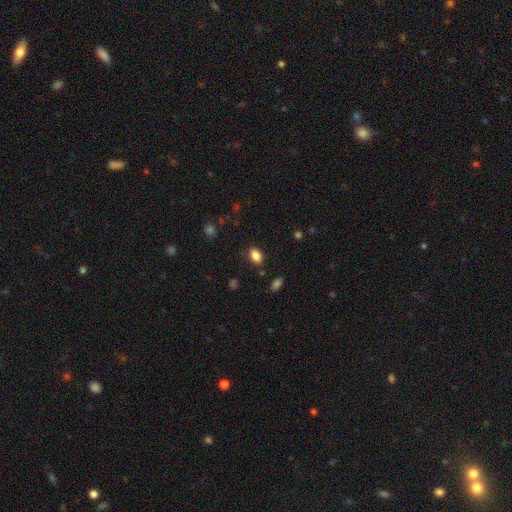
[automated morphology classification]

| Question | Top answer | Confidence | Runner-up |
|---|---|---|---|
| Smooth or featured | smooth | 85% | star or artifact (10%) |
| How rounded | in between | 86% | round (12%) |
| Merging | none | 83% | minor disturbance (12%) |